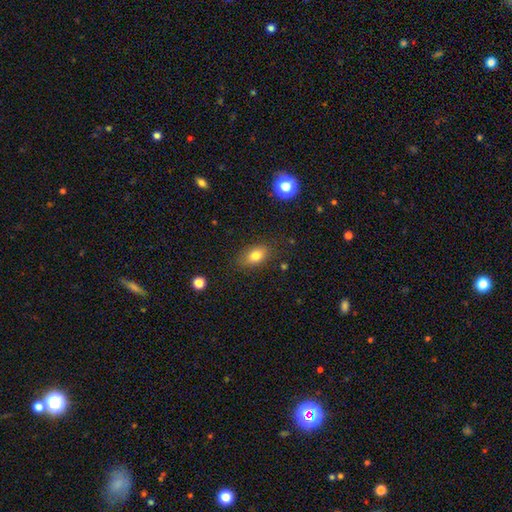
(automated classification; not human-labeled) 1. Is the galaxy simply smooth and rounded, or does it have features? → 80% smooth, 10% featured or disk, 10% star or artifact.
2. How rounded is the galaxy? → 82% in between, 15% round, 4% cigar-shaped.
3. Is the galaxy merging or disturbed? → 81% none, 14% minor disturbance, 4% major disturbance, 2% merger.